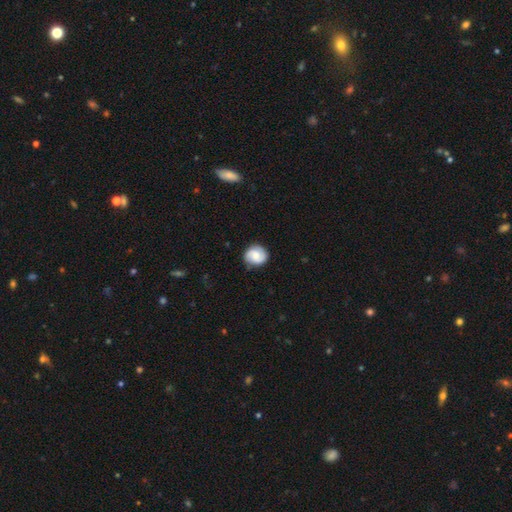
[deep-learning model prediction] Smooth or featured? Predicted: smooth (p=0.51). How rounded? Predicted: round (p=0.80). Merging? Predicted: none (p=0.80).